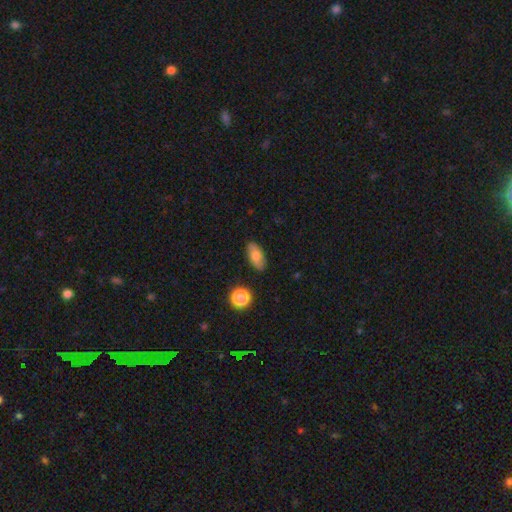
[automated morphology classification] Overall: smooth (73%). How rounded: in between (85%). Merging: none (85%).